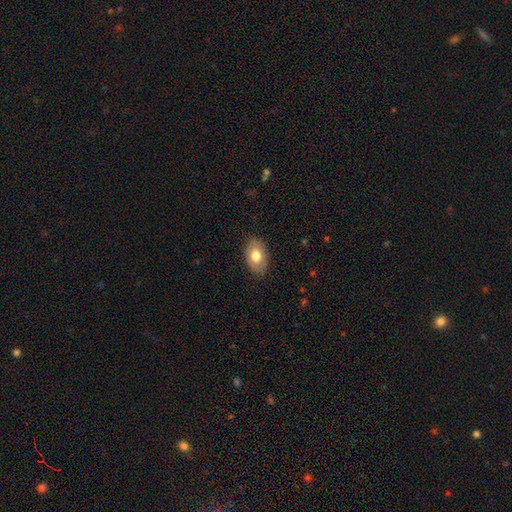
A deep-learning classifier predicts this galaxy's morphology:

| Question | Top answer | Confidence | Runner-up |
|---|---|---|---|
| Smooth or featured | smooth | 74% | featured or disk (19%) |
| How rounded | in between | 88% | round (11%) |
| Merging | none | 85% | minor disturbance (11%) |